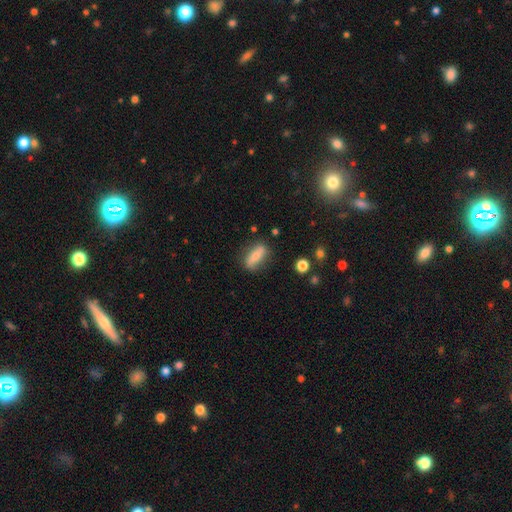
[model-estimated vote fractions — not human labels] The model was most divided on "how rounded": in between: 57%, cigar-shaped: 39%, round: 5%. More confident: merging — none (80%); smooth or featured — smooth (68%).